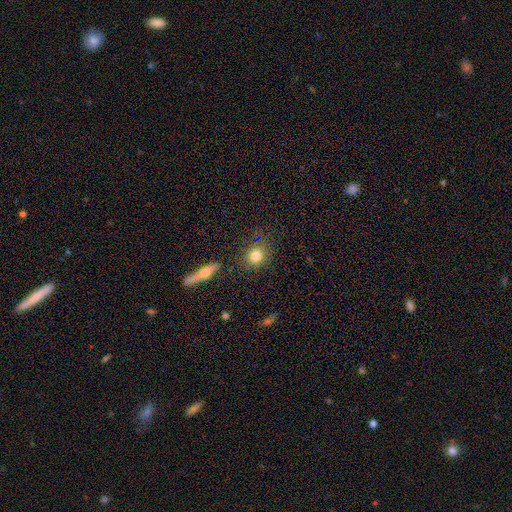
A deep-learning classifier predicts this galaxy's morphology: Overall: smooth (81%). How rounded: round (79%). Merging: none (81%).